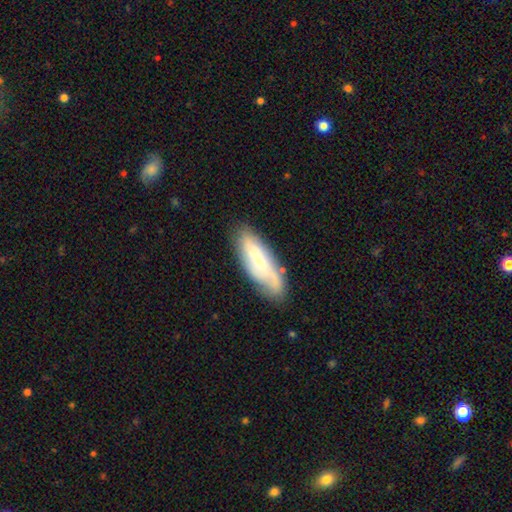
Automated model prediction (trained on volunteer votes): This is possibly a featured or disk galaxy (47%). Merging: likely none (75%).